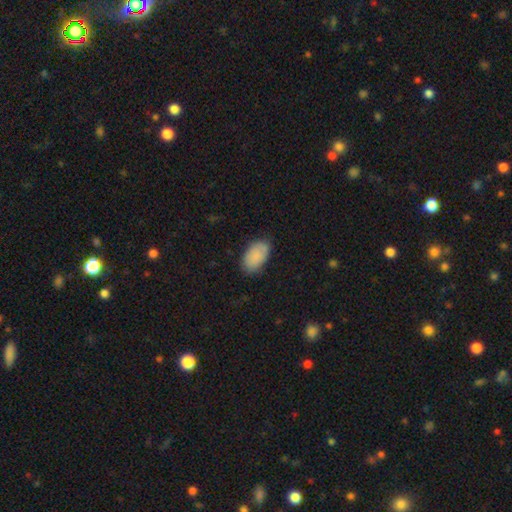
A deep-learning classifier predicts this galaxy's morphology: Overall: smooth (86%). How rounded: in between (94%). Merging: none (81%).